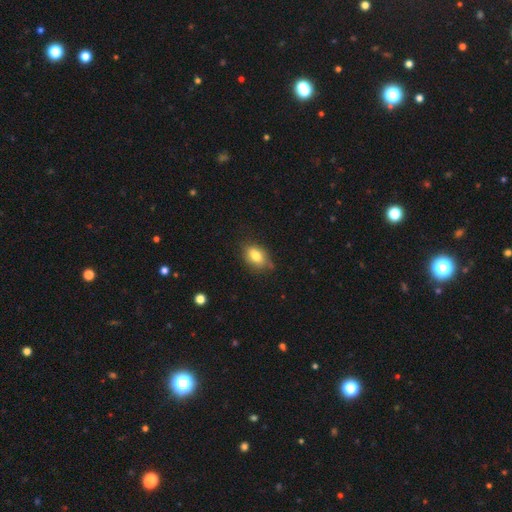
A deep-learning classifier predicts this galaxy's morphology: smooth-or-featured: smooth: 79% | featured or disk: 13% | star or artifact: 9%
  how-rounded: in between: 84% | round: 13% | cigar-shaped: 3%
  merging: none: 68% | minor disturbance: 25% | major disturbance: 5% | merger: 2%